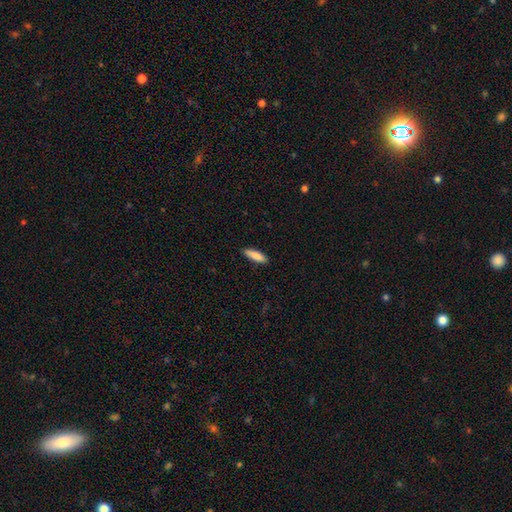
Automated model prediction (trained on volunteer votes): Smooth or featured? smooth (85%)
How rounded? cigar-shaped (59%)
Merging? none (88%)